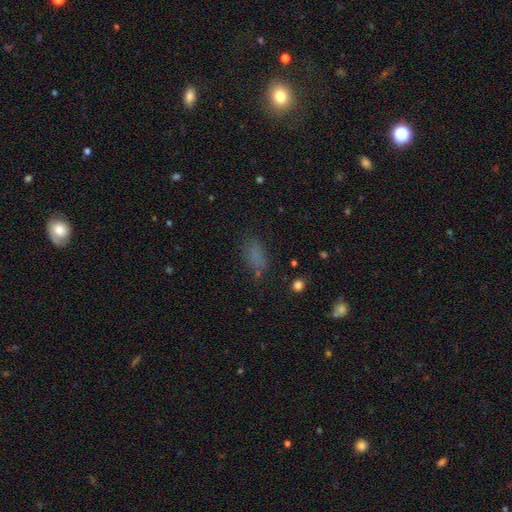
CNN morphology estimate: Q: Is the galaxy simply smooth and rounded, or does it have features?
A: smooth — 74%.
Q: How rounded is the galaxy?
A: in between — 85%.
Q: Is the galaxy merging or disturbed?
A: none — 65%.